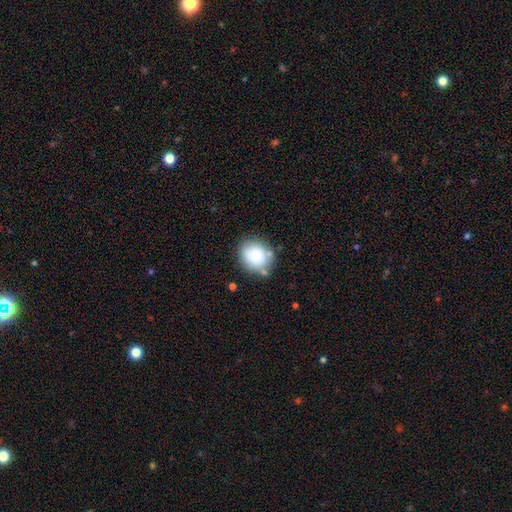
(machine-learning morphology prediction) Q: Smooth or featured?
A: smooth (82%); runner-up: featured or disk (10%)
Q: How rounded?
A: round (68%); runner-up: in between (31%)
Q: Merging?
A: none (65%); runner-up: minor disturbance (19%)